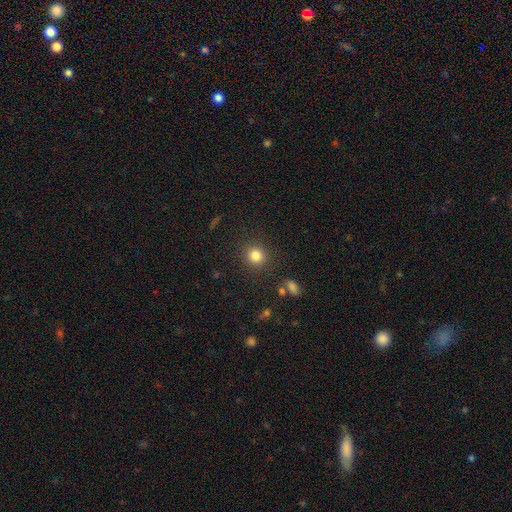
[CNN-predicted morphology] Overall: smooth (83%). How rounded: round (91%). Merging: none (89%).